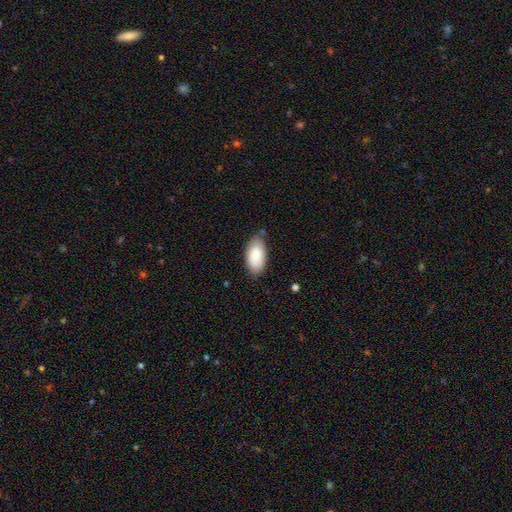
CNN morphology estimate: Overall: smooth (85%). How rounded: in between (95%). Merging: none (77%).